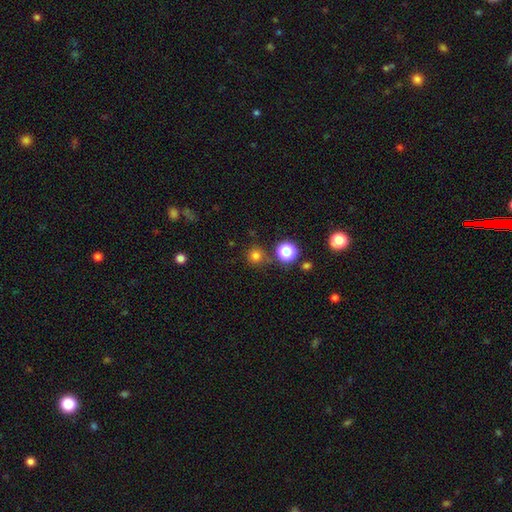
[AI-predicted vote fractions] Overall: smooth (75%). How rounded: round (94%). Merging: none (80%).